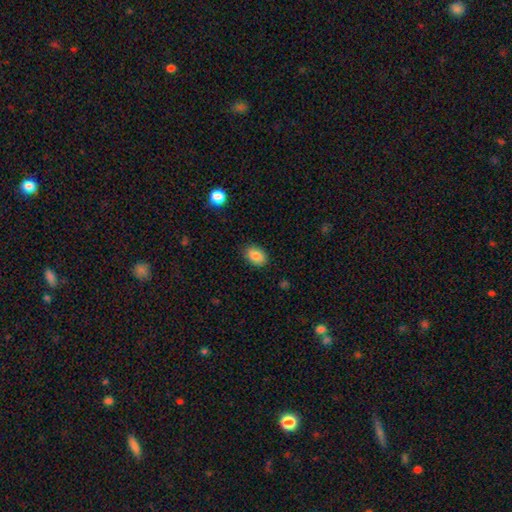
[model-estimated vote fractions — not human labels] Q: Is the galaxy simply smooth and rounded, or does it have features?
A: smooth — 86%.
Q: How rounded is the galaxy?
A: in between — 83%.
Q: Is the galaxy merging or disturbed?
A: none — 86%.